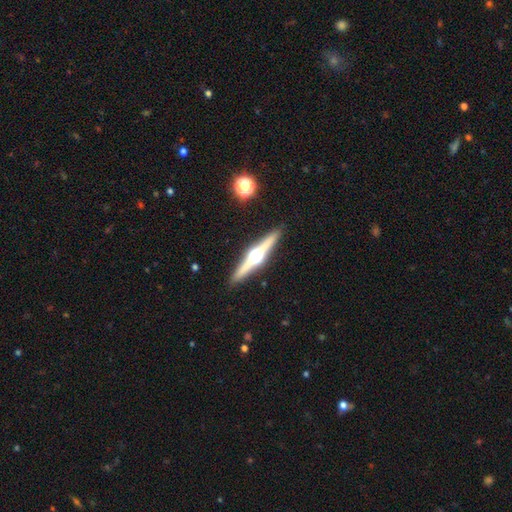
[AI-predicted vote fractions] Smooth or featured? featured or disk (80%)
Edge-on disk? yes (98%)
Edge-on bulge? rounded (96%)
Merging? none (91%)